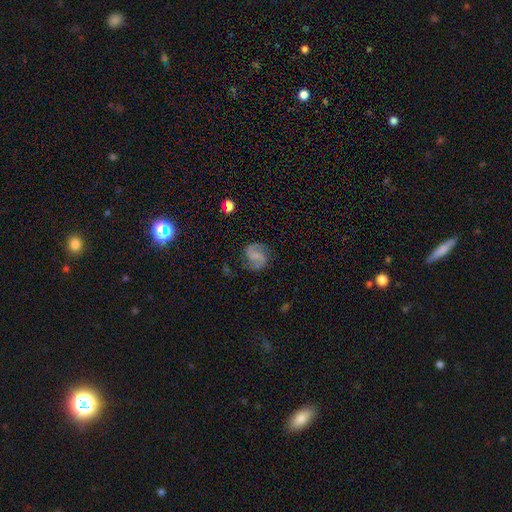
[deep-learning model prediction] Q: Smooth or featured?
A: featured or disk (75%); runner-up: smooth (17%)
Q: Edge-on disk?
A: no (98%); runner-up: yes (2%)
Q: Bar?
A: weak (46%); runner-up: no (37%)
Q: Spiral arms?
A: yes (96%); runner-up: no (4%)
Q: Spiral winding?
A: medium (51%); runner-up: loose (33%)
Q: Spiral arm count?
A: 2 (92%); runner-up: can't tell (3%)
Q: Bulge size?
A: none (53%); runner-up: small (31%)
Q: Merging?
A: none (79%); runner-up: minor disturbance (14%)